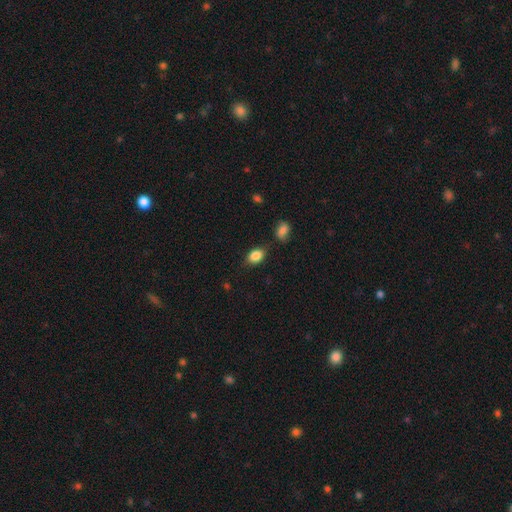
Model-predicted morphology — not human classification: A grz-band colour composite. It shows a smooth galaxy with no disk features (86%) that is in between round and cigar-shaped (81%). Merging: none (79%).